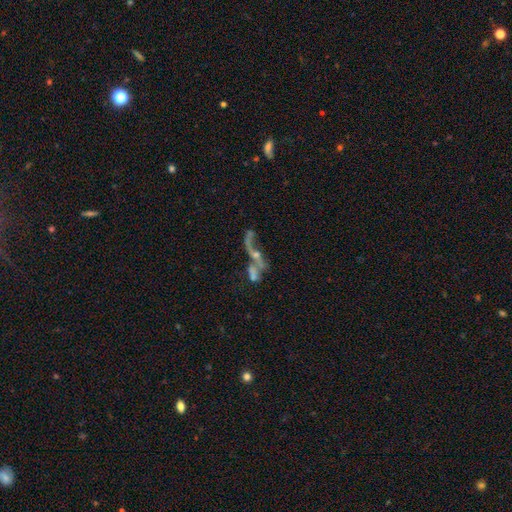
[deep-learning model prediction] Q: Smooth or featured?
A: featured or disk (64%); runner-up: smooth (18%)
Q: Edge-on disk?
A: no (85%); runner-up: yes (15%)
Q: Bar?
A: no (73%); runner-up: weak (20%)
Q: Spiral arms?
A: no (50%); tied with: yes (50%)
Q: Bulge size?
A: small (35%); tied with: none (35%)
Q: Merging?
A: merger (45%); runner-up: major disturbance (24%)